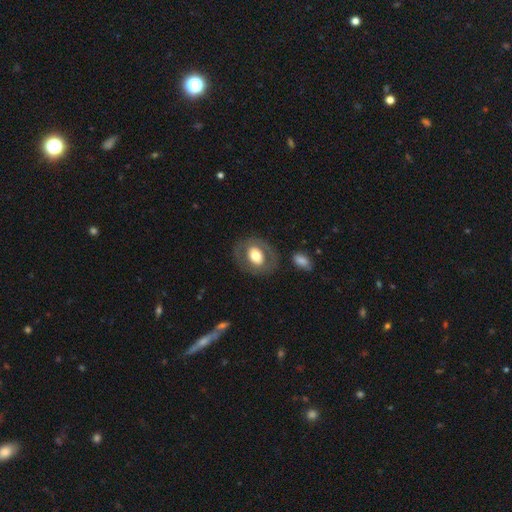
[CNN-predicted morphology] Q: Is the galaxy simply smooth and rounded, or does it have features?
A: smooth — 54%.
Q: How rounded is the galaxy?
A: in between — 60%.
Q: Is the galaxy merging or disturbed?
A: none — 80%.